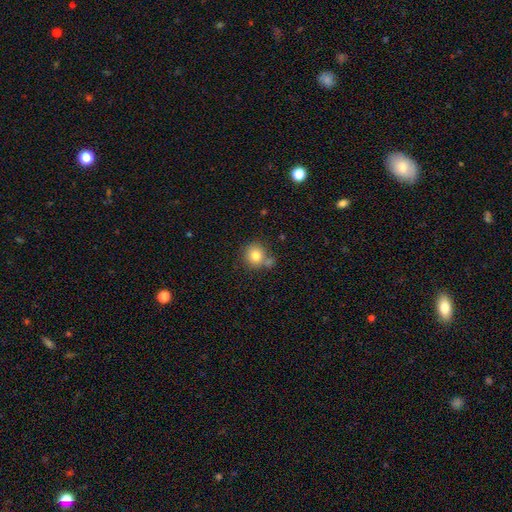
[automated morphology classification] Smooth or featured: smooth — 79% (star or artifact — 11%)
How rounded: round — 90% (in between — 9%)
Merging: none — 65% (merger — 18%)